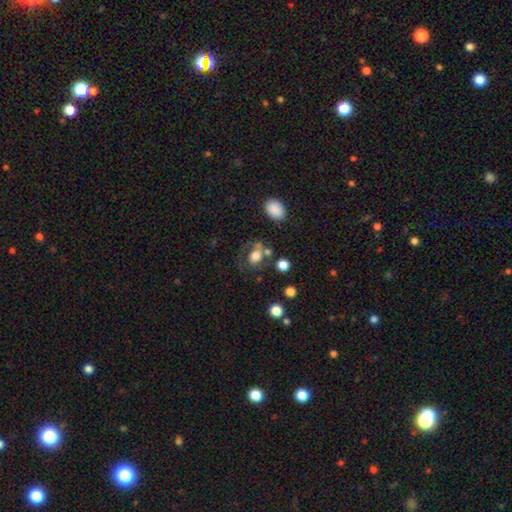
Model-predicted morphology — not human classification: Smooth or featured? smooth (60%)
How rounded? in between (57%)
Merging? none (44%)